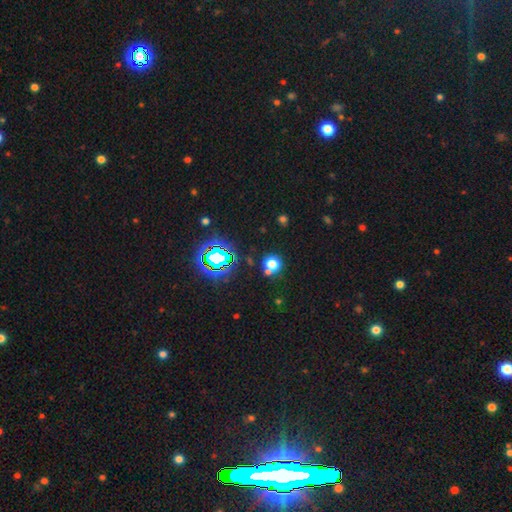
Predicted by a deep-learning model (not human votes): Q: Smooth or featured?
A: star or artifact (79%); runner-up: smooth (13%)